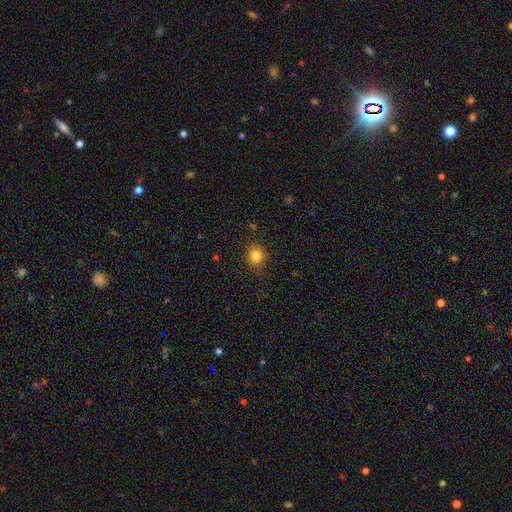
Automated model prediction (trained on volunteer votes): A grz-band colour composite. It shows a smooth galaxy with no disk features (82%) that is round (76%). Merging: none (85%).